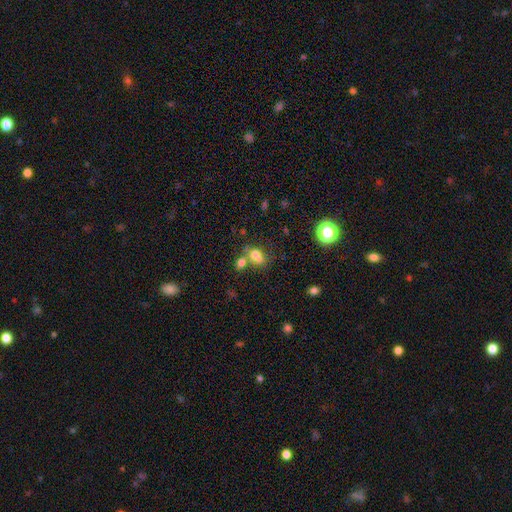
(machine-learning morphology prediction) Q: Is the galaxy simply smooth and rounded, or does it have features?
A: smooth — 71%.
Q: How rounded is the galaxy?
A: in between — 69%.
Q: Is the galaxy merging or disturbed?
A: merger — 46%.